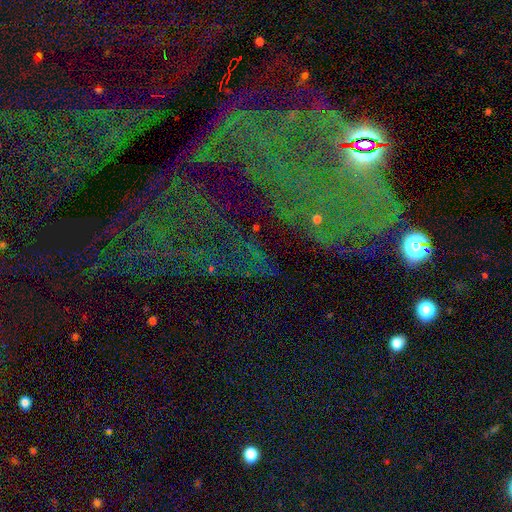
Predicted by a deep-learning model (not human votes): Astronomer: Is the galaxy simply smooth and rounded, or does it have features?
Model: star or artifact — 73%.